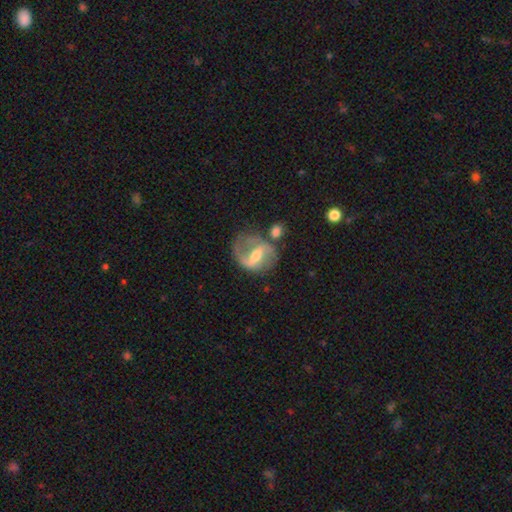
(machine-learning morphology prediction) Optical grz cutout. It shows a featured or disk galaxy (81%) with a strong bar (51%), 2 (80%) medium (42%, tied with loose) spiral arms (87%) and a moderate central bulge (56%). Merging: none (58%).